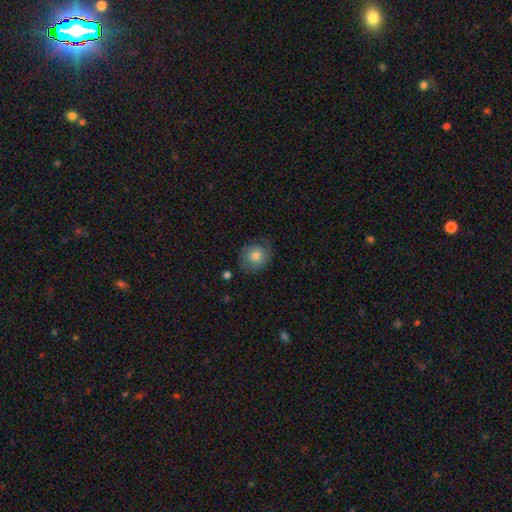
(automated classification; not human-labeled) The model was most divided on "merging": none: 66%, minor disturbance: 24%, major disturbance: 9%, merger: 2%. More confident: how rounded — round (77%); smooth or featured — smooth (75%).